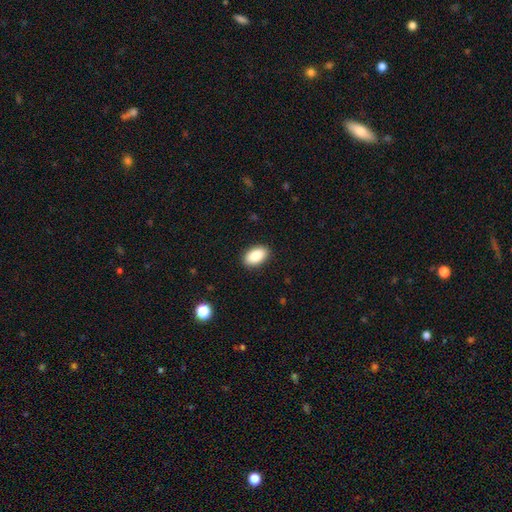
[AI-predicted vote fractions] smooth_or_featured: smooth (p=0.89) [alt: star or artifact p=0.07]
how_rounded: in between (p=0.94) [alt: round p=0.04]
merging: none (p=0.90) [alt: minor disturbance p=0.08]